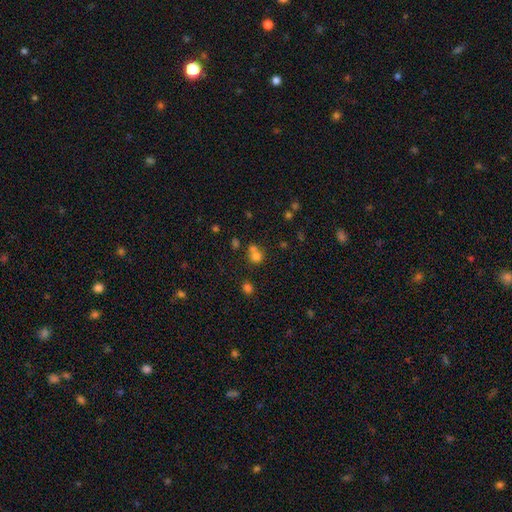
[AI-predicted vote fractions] Overall: smooth (71%). How rounded: round (83%). Merging: merger (46%; none 44%).